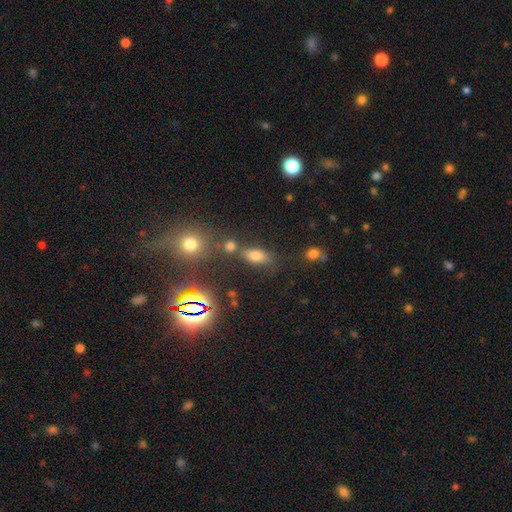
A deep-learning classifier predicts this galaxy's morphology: type=smooth (64%); roundness=in between (80%); merging=none (70%).